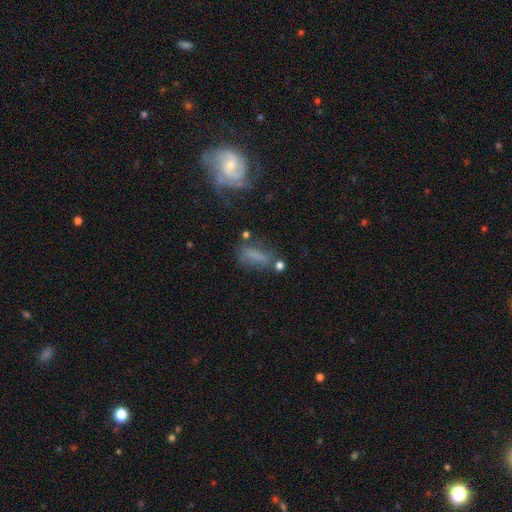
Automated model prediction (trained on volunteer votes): Smooth or featured? Predicted: smooth (p=0.57). How rounded? Predicted: in between (p=0.62). Merging? Predicted: none (p=0.50).